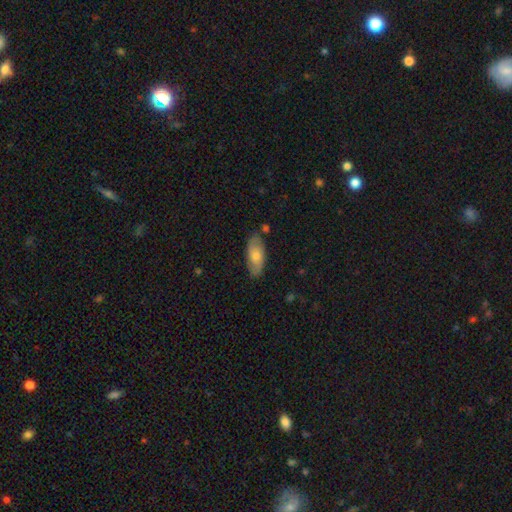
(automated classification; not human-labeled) This is likely a smooth galaxy (63%). How rounded: clearly in between (83%). Merging: likely none (80%).